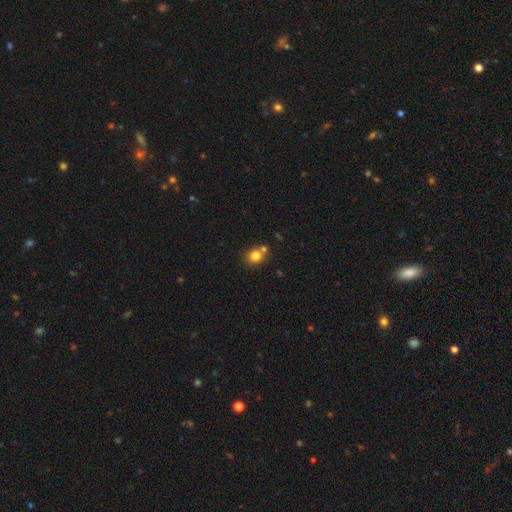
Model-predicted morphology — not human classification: Smooth or featured? Predicted: smooth (p=0.80). How rounded? Predicted: round (p=0.77). Merging? Predicted: none (p=0.63).